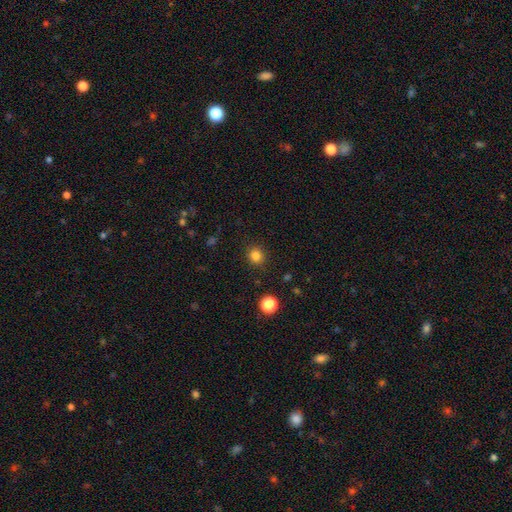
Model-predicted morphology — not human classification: type=smooth (83%); roundness=round (85%); merging=none (89%).